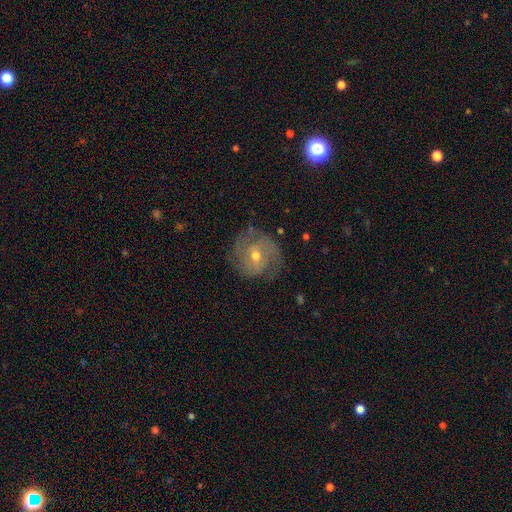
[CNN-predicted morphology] smooth_or_featured: featured or disk (p=0.78) [alt: smooth p=0.15]
disk_edge_on: no (p=0.97) [alt: yes p=0.03]
bar: no (p=0.59) [alt: weak p=0.34]
has_spiral_arms: yes (p=0.91) [alt: no p=0.09]
spiral_winding: tight (p=0.52) [alt: medium p=0.37]
spiral_arm_count: 2 (p=0.39) [alt: can't tell p=0.25]
bulge_size: moderate (p=0.61) [alt: small p=0.35]
merging: none (p=0.74) [alt: minor disturbance p=0.18]